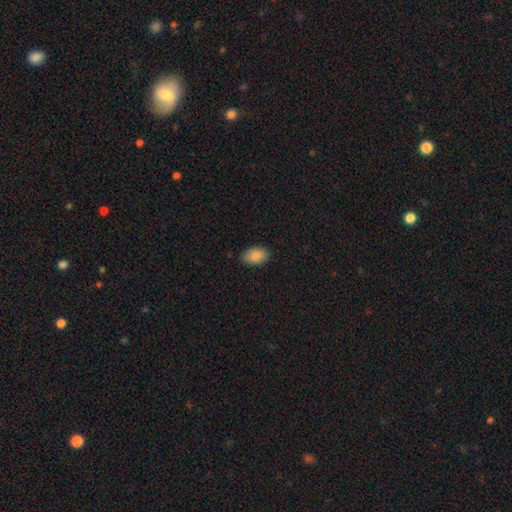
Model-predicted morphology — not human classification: Overall: smooth (86%). How rounded: in between (91%). Merging: none (85%).